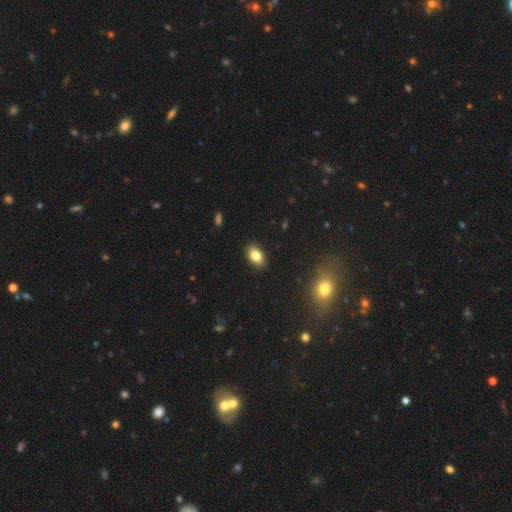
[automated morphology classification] This is clearly a smooth galaxy (82%). How rounded: clearly in between (88%). Merging: clearly none (89%).